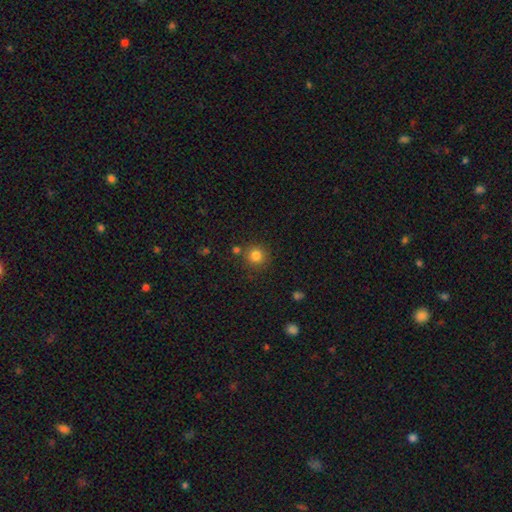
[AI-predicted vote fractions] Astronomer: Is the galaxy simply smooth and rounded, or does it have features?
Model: smooth — 82%.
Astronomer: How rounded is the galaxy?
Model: round — 92%.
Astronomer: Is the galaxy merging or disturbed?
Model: none — 81%.